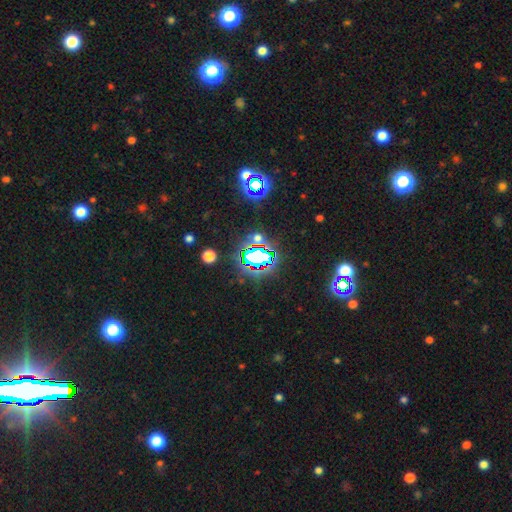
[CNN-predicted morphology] smooth_or_featured: star or artifact (p=0.79) [alt: smooth p=0.13]